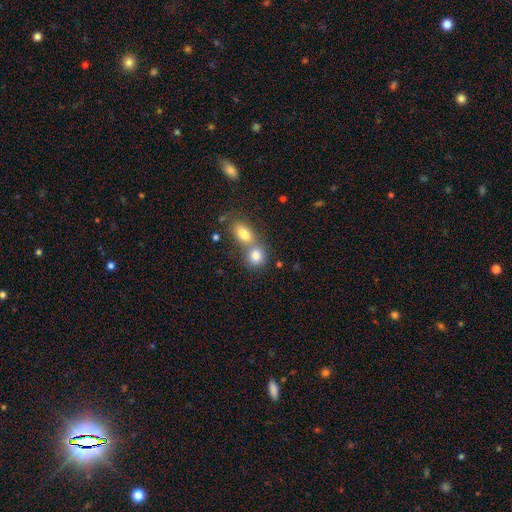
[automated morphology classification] This is clearly a smooth galaxy (80%). How rounded: possibly round (59%). Merging: possibly merger (59%).